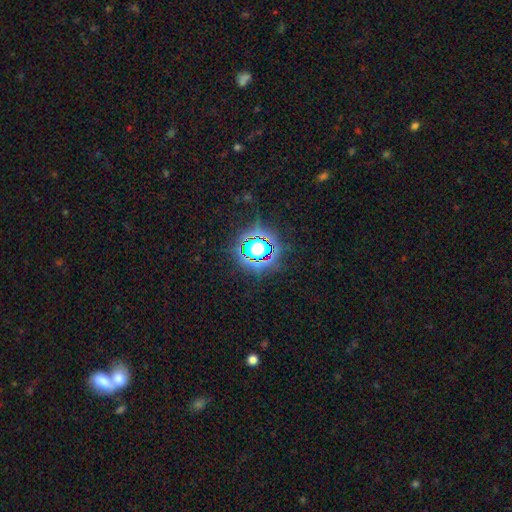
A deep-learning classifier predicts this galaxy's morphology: type=star or artifact (75%).